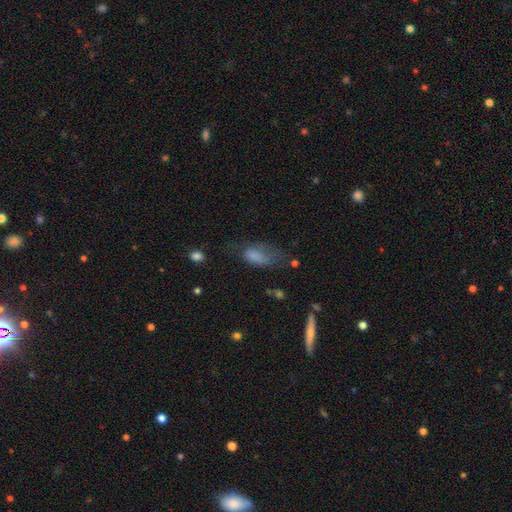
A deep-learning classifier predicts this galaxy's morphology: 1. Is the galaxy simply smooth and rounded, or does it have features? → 71% smooth, 18% featured or disk, 11% star or artifact.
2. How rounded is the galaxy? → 87% in between, 8% cigar-shaped, 5% round.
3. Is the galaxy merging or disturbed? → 38% major disturbance, 30% none, 28% minor disturbance, 3% merger.